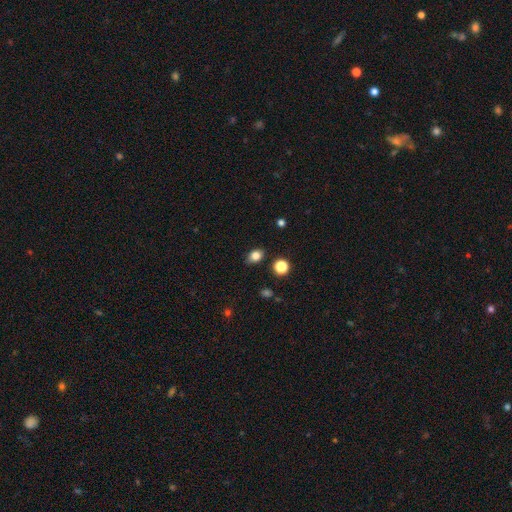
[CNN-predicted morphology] Overall: smooth (81%). How rounded: in between (63%; round 35%). Merging: none (81%).